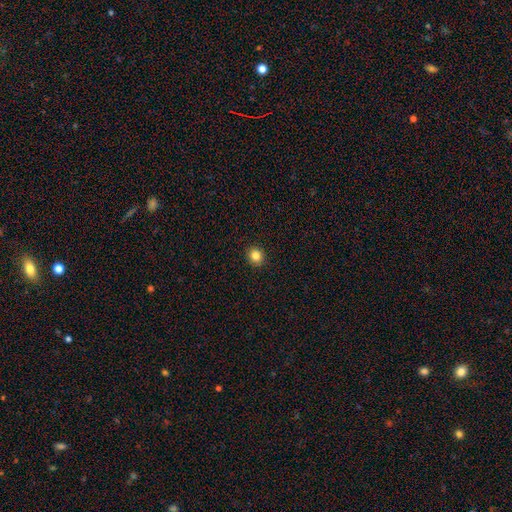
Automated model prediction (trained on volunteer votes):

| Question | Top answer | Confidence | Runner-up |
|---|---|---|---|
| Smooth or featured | smooth | 83% | star or artifact (12%) |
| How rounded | round | 88% | in between (12%) |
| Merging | none | 93% | minor disturbance (5%) |